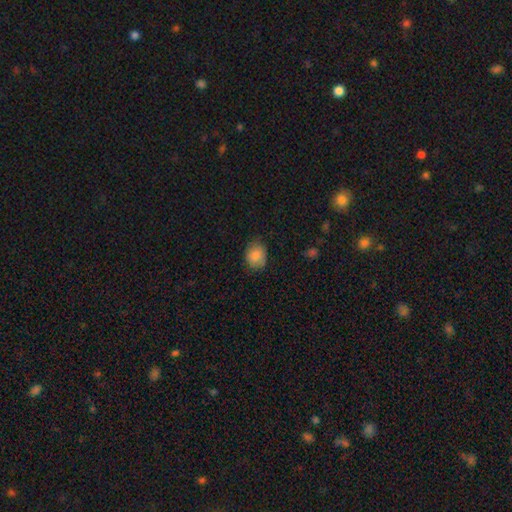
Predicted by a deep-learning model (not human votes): Overall: smooth (86%). How rounded: round (52%; in between 47%). Merging: none (72%).